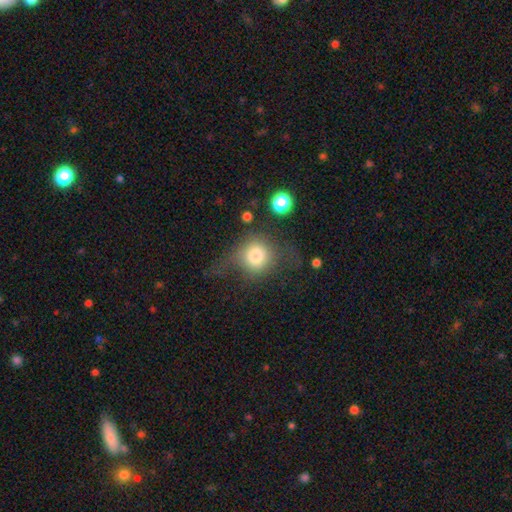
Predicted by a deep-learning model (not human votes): smooth 72%, featured or disk 17%, star or artifact 11%. Down the decision tree: how rounded — round (85%); merging — none (50%).